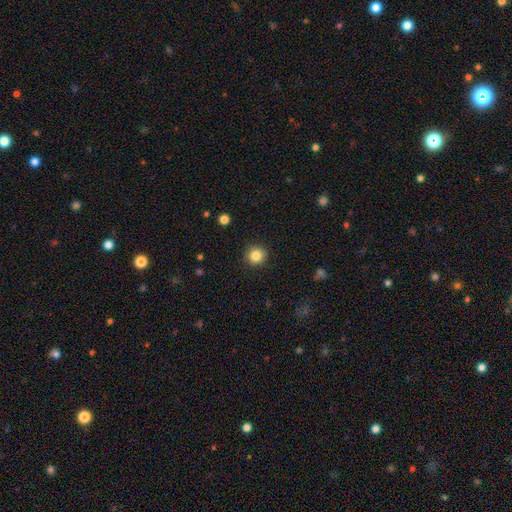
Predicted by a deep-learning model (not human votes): This appears to be a smooth galaxy with no disk features (83%) that is round (92%). Merging: none (90%).